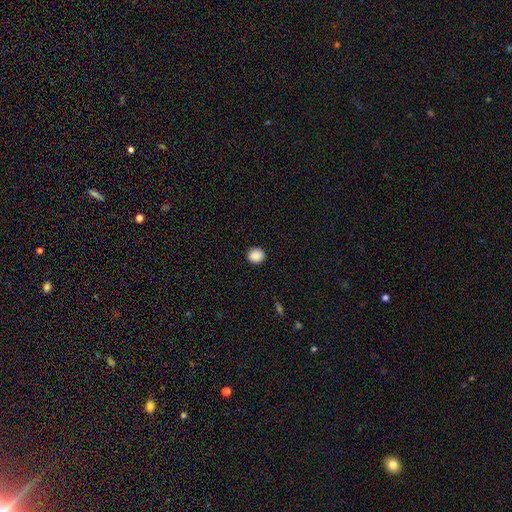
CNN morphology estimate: Smooth or featured: smooth — 89% (star or artifact — 9%)
How rounded: round — 87% (in between — 12%)
Merging: none — 92% (minor disturbance — 5%)